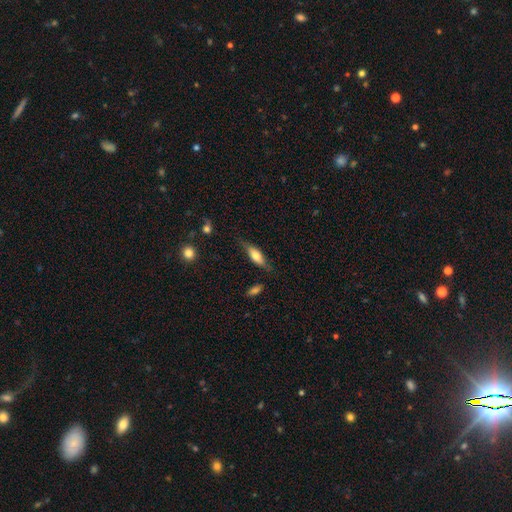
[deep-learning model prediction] Smooth or featured: smooth — 60% (featured or disk — 34%)
How rounded: in between — 55% (cigar-shaped — 43%)
Merging: none — 68% (minor disturbance — 23%)